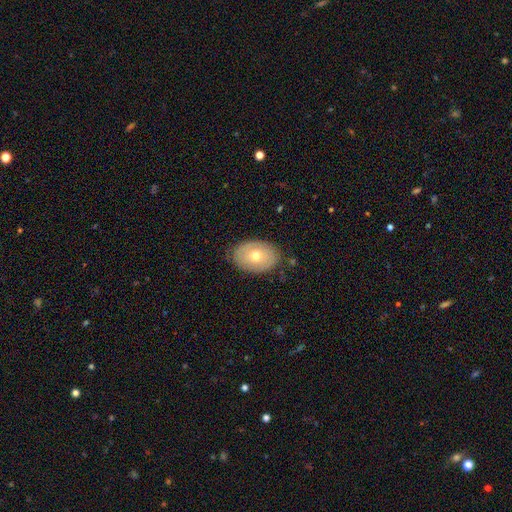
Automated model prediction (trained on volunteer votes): Q: Smooth or featured?
A: smooth (55%); runner-up: featured or disk (38%)
Q: How rounded?
A: in between (81%); runner-up: round (18%)
Q: Merging?
A: none (80%); runner-up: minor disturbance (15%)